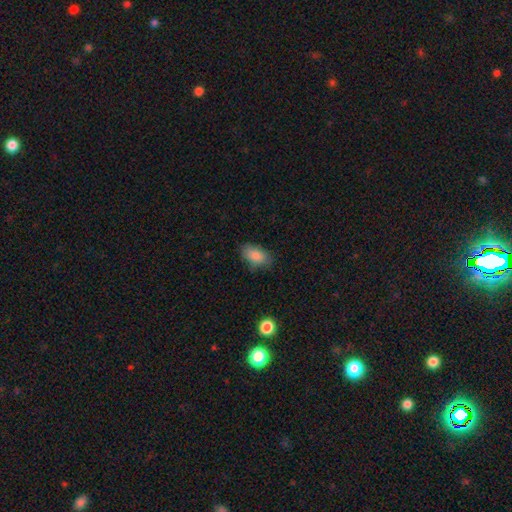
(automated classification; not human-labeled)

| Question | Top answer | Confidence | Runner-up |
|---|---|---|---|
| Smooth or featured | smooth | 85% | star or artifact (8%) |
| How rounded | in between | 91% | round (7%) |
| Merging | none | 76% | minor disturbance (18%) |